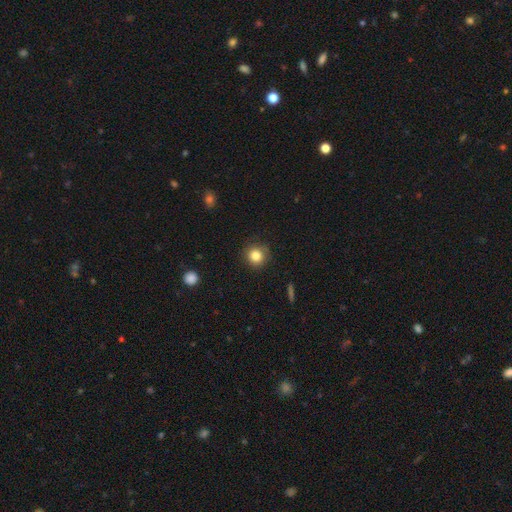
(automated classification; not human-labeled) This is clearly a smooth galaxy (84%). How rounded: clearly round (92%). Merging: clearly none (87%).